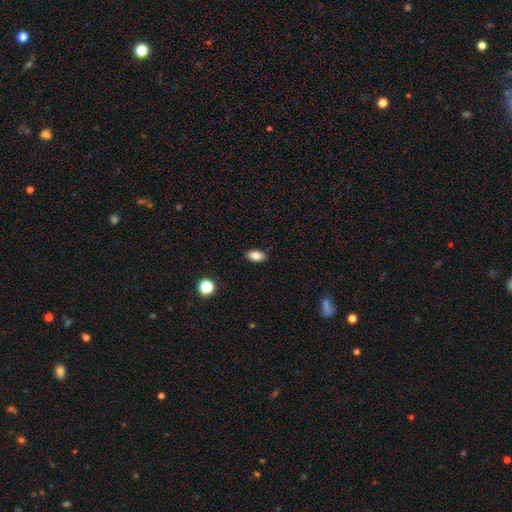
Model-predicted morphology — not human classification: A smooth galaxy with no disk features (84%) that is in between round and cigar-shaped (91%).

Vote fractions:
- Smooth or featured? smooth: 84% / star or artifact: 9% / featured or disk: 7%
- How rounded? in between: 91% / round: 6% / cigar-shaped: 4%
- Merging? none: 88% / minor disturbance: 9% / major disturbance: 2% / merger: 1%